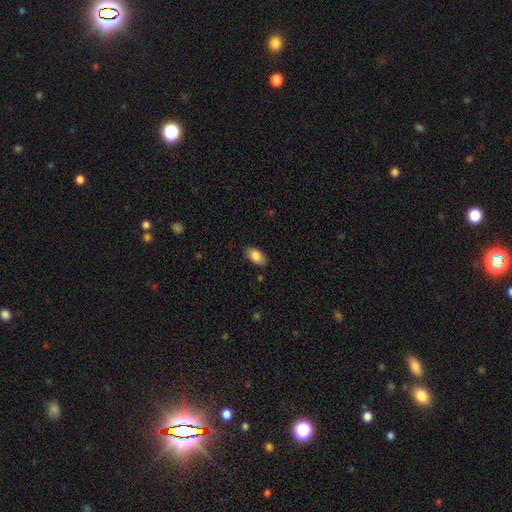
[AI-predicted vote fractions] This is clearly a smooth galaxy (86%). How rounded: clearly in between (94%). Merging: clearly none (86%).